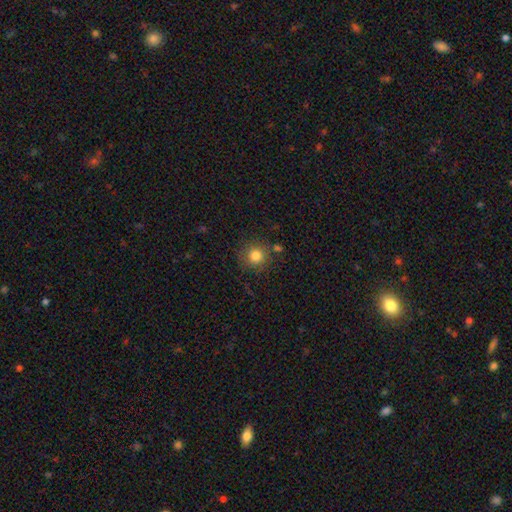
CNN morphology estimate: This appears to be a smooth galaxy with no disk features (82%) that is round (93%). Merging: none (80%).